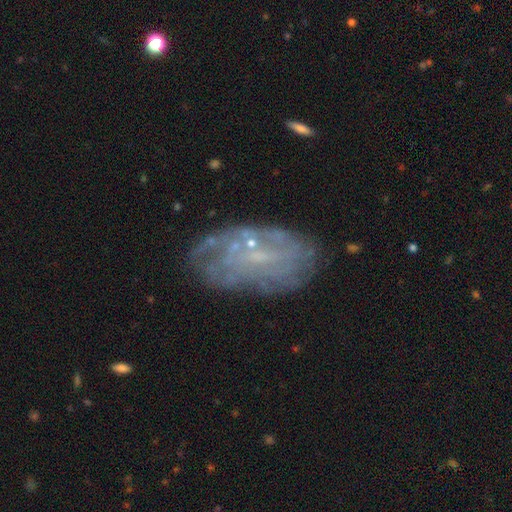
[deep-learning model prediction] Overall: featured or disk (69%). Edge-on disk: no (95%). Bar: no (55%; weak 35%). Spiral arms: yes (60%; no 40%). Bulge size: small (62%; none 26%). Merging: none (65%).